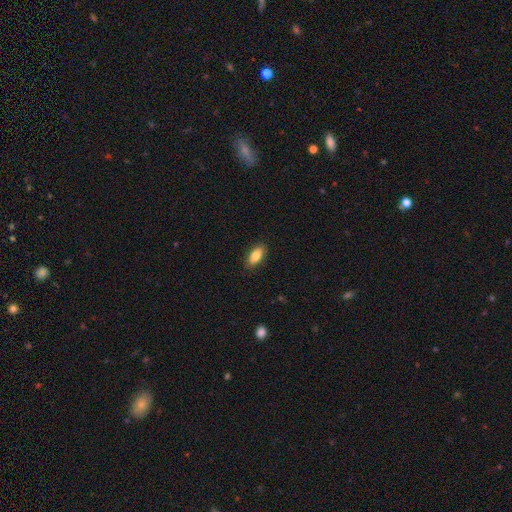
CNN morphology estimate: Smooth or featured? smooth (79%)
How rounded? in between (87%)
Merging? none (86%)